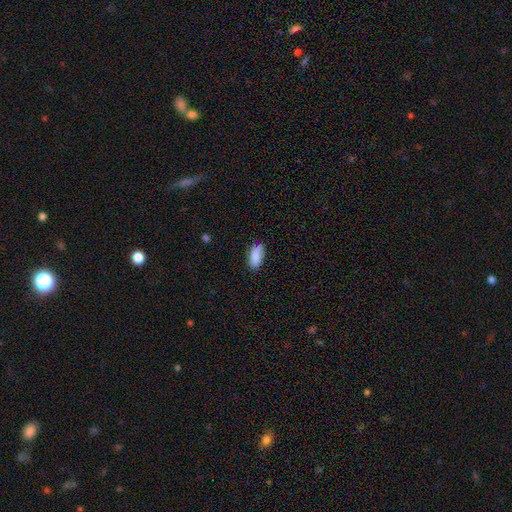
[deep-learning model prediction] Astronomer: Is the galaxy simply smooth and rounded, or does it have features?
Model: smooth — 87%.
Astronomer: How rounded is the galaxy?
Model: in between — 88%.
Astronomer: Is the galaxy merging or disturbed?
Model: none — 78%.